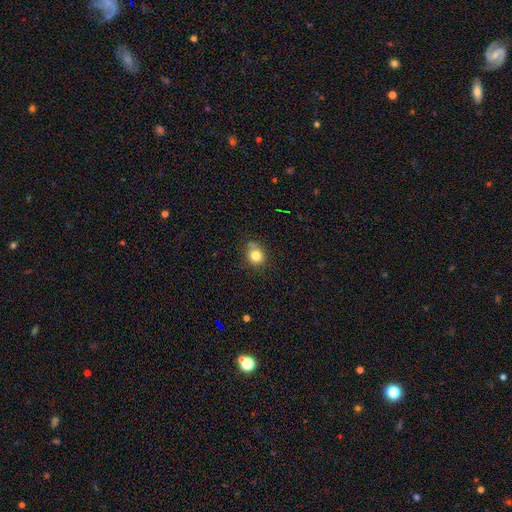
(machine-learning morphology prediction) This appears to be a smooth galaxy with no disk features (80%) that is round (85%). Merging: none (70%).